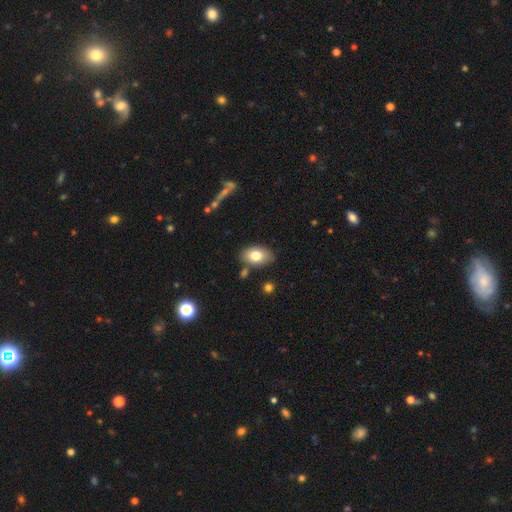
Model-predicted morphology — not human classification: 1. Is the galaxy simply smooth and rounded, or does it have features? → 78% smooth, 14% featured or disk, 8% star or artifact.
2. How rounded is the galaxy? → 89% in between, 10% round, 1% cigar-shaped.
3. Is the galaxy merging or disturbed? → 79% none, 13% minor disturbance, 5% merger, 3% major disturbance.